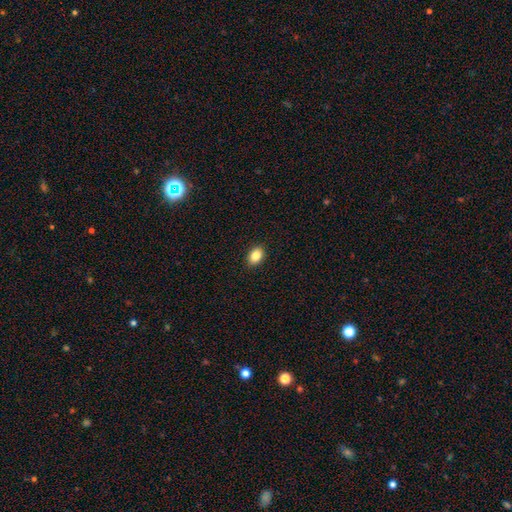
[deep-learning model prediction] This appears to be a smooth galaxy with no disk features (85%) that is in between round and cigar-shaped (80%). Merging: none (90%).